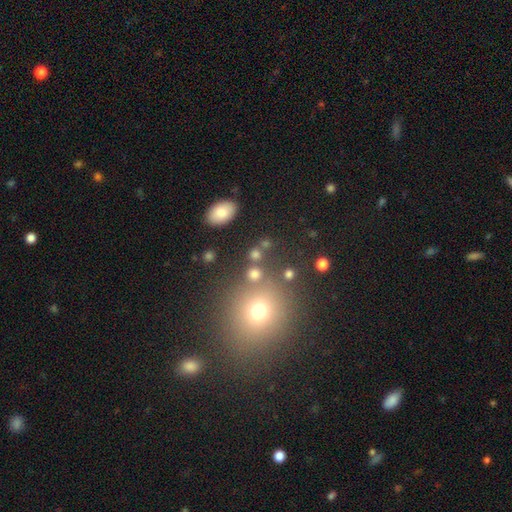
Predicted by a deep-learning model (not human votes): Smooth or featured: smooth — 61% (star or artifact — 27%)
How rounded: round — 64% (in between — 34%)
Merging: none — 74% (merger — 11%)